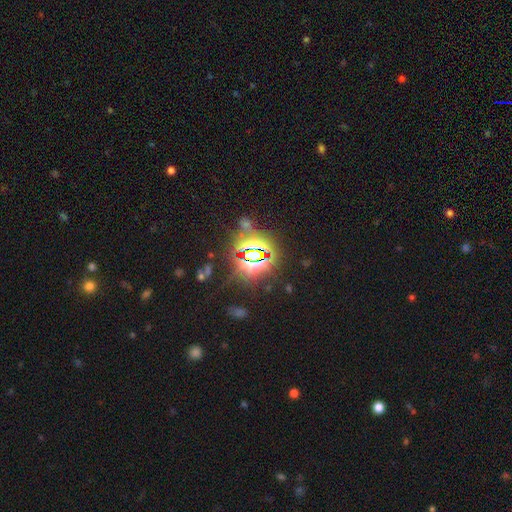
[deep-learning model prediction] This appears to be a star or artifact, not a galaxy (83%).